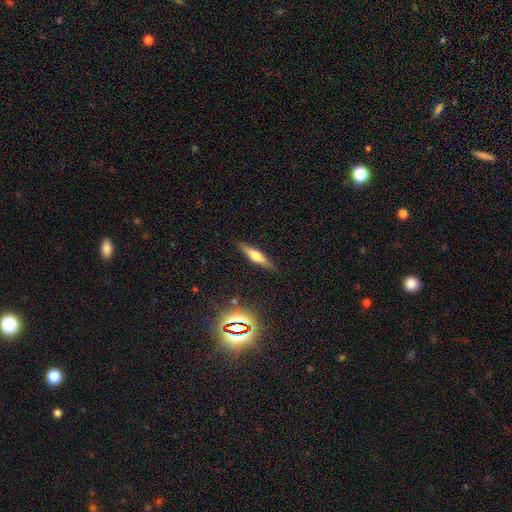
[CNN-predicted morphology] Overall: featured or disk (50%; smooth 41%). Merging: none (87%).